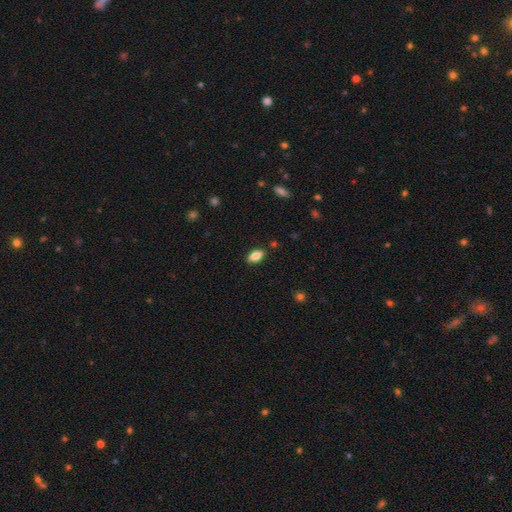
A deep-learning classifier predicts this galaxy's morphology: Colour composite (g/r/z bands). It shows a smooth galaxy with no disk features (82%) that is in between round and cigar-shaped (90%). Merging: none (86%).